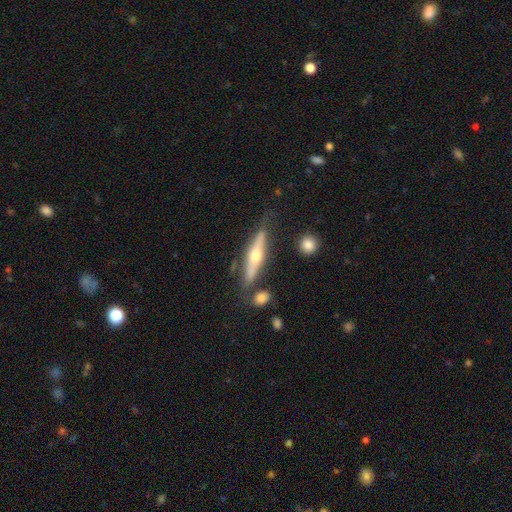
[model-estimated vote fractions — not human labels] Q: Smooth or featured?
A: featured or disk (65%); runner-up: smooth (29%)
Q: Edge-on disk?
A: yes (91%); runner-up: no (9%)
Q: Edge-on bulge?
A: rounded (91%); runner-up: none (5%)
Q: Merging?
A: none (72%); runner-up: minor disturbance (16%)